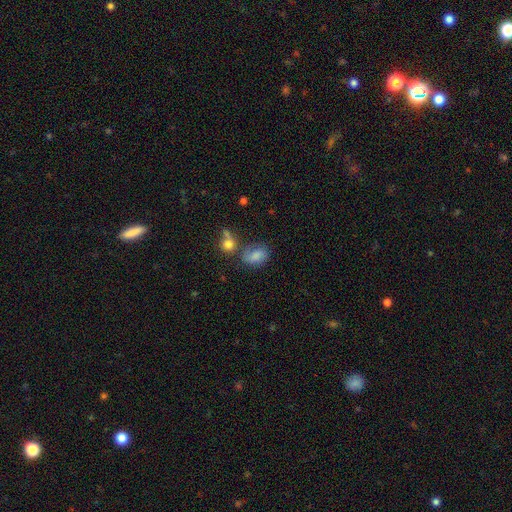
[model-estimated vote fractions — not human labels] Smooth or featured?
  - smooth: 77% *
  - featured or disk: 12%
  - star or artifact: 11%
How rounded?
  - in between: 74% *
  - round: 24%
  - cigar-shaped: 2%
Merging?
  - none: 46% *
  - minor disturbance: 22%
  - merger: 21%
  - major disturbance: 12%